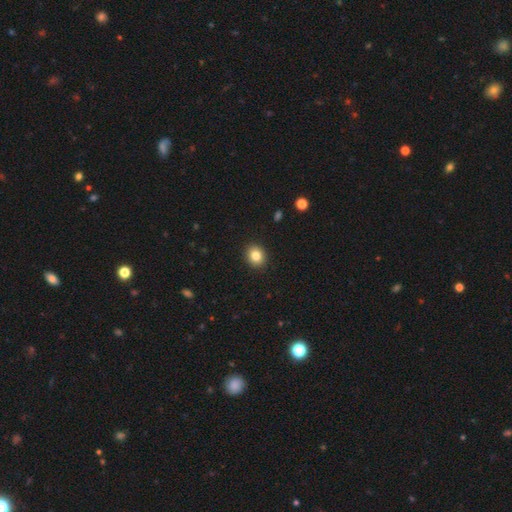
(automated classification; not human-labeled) The model was most divided on "how rounded": round: 69%, in between: 30%, cigar-shaped: 1%. More confident: merging — none (91%); smooth or featured — smooth (84%).